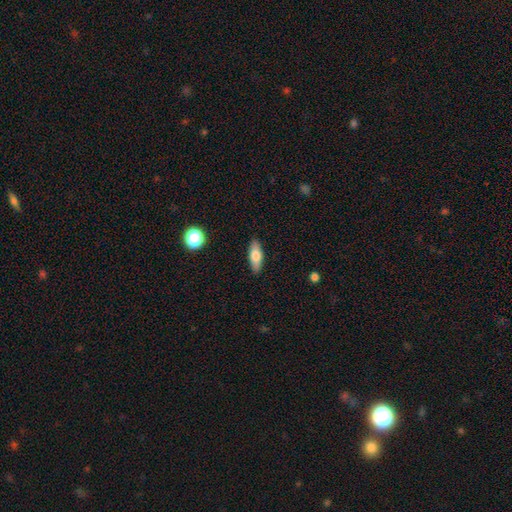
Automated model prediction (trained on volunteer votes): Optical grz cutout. It shows a smooth galaxy with no disk features (71%) that is in between round and cigar-shaped (67%). Merging: none (88%).